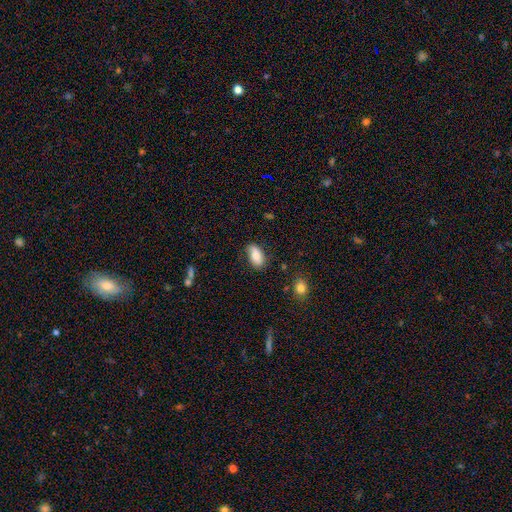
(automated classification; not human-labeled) Overall: smooth (77%). How rounded: in between (91%). Merging: none (77%).